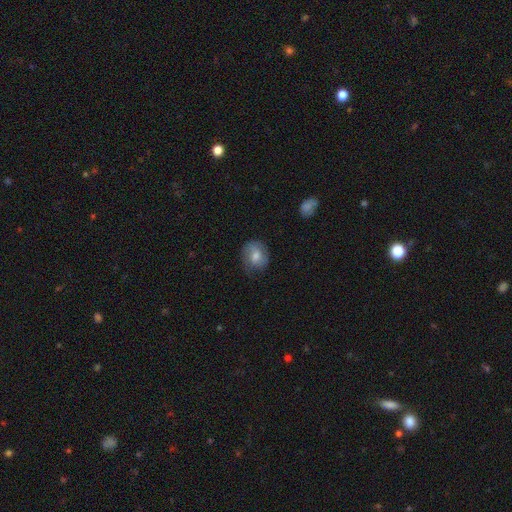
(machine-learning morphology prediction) Smooth or featured? Predicted: smooth (p=0.60). How rounded? Predicted: round (p=0.64). Merging? Predicted: none (p=0.73).